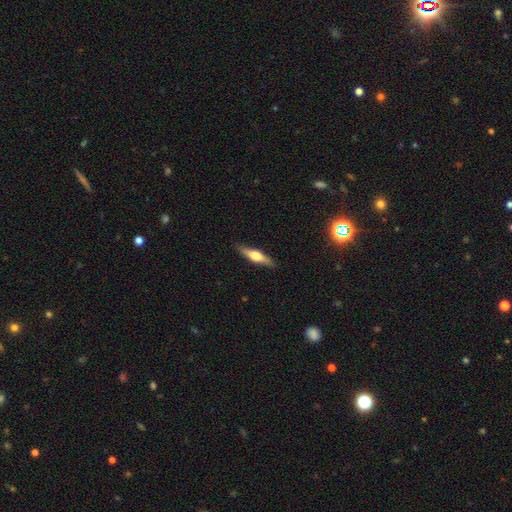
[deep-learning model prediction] The model was most divided on "smooth or featured": featured or disk: 54%, smooth: 40%, star or artifact: 6%. More confident: edge-on disk — yes (93%); edge-on bulge — rounded (92%); merging — none (88%).